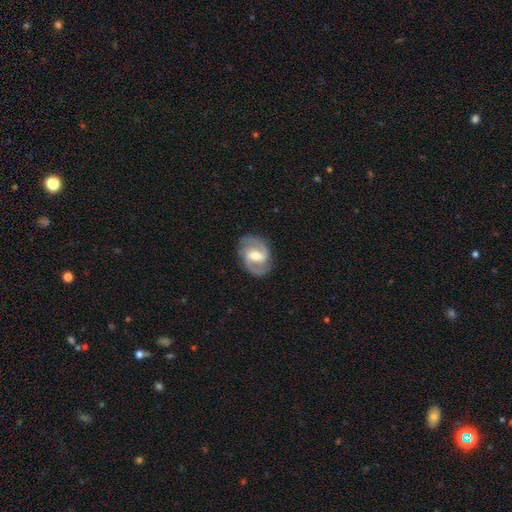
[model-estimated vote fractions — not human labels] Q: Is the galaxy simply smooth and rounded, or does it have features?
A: featured or disk — 87%.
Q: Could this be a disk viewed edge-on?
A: no — 97%.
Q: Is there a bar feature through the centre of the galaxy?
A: weak — 49%.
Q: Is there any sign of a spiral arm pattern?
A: yes — 96%.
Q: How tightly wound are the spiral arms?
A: medium — 56%.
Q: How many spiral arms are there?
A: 2 — 90%.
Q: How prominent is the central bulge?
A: moderate — 66%.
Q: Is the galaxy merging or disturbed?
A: none — 84%.